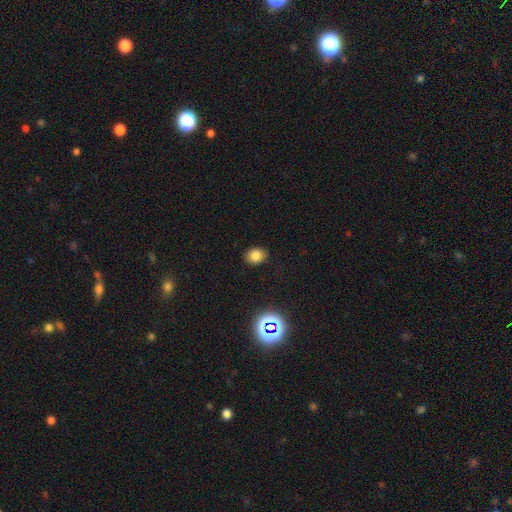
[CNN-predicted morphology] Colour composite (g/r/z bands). It shows a smooth galaxy with no disk features (81%) that is round (52%). Merging: none (88%).